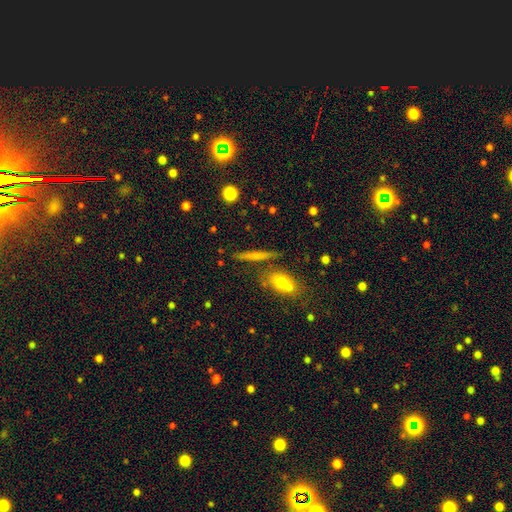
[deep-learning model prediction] A smooth galaxy with no disk features (54%) that is cigar-shaped (87%).

Vote fractions:
- Smooth or featured? smooth: 54% / featured or disk: 36% / star or artifact: 9%
- How rounded? cigar-shaped: 87% / in between: 8% / round: 5%
- Merging? none: 80% / minor disturbance: 10% / merger: 7% / major disturbance: 3%